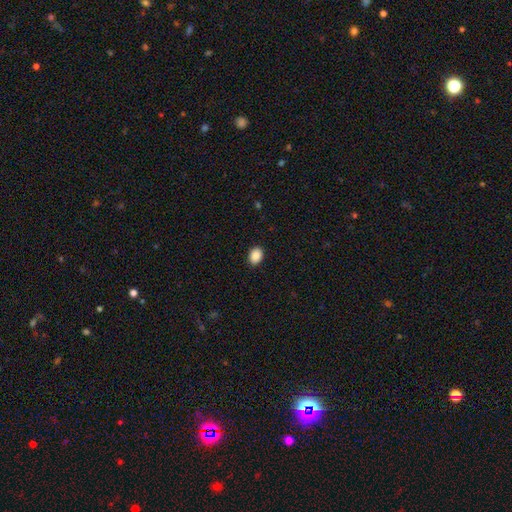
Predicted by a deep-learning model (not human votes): The model was most divided on "how rounded": in between: 71%, round: 28%, cigar-shaped: 1%. More confident: merging — none (90%); smooth or featured — smooth (89%).